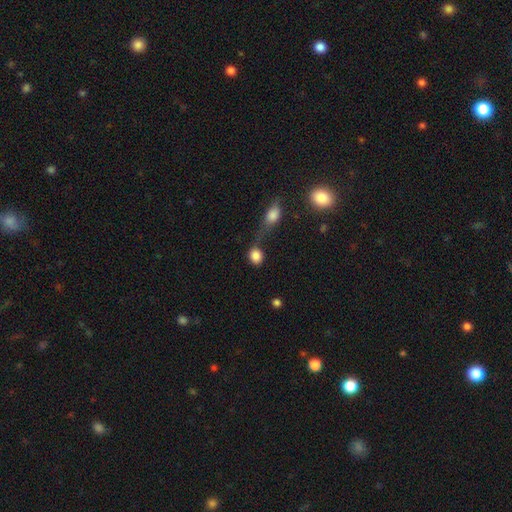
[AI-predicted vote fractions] The model was most divided on "merging": none: 44%, merger: 30%, minor disturbance: 15%, major disturbance: 11%. More confident: smooth or featured — smooth (84%); how rounded — round (75%).